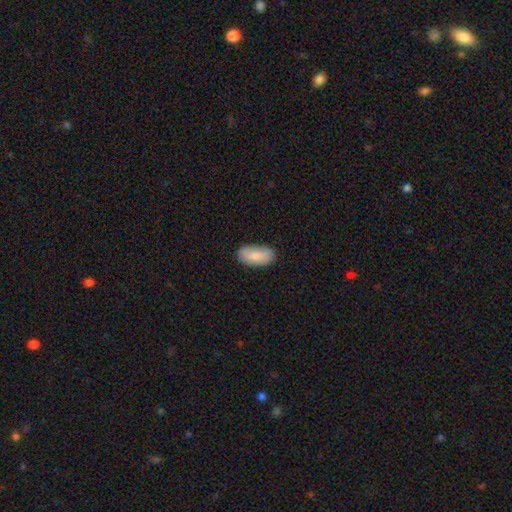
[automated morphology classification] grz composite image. It shows a smooth galaxy with no disk features (83%) that is in between round and cigar-shaped (93%). Merging: none (79%).